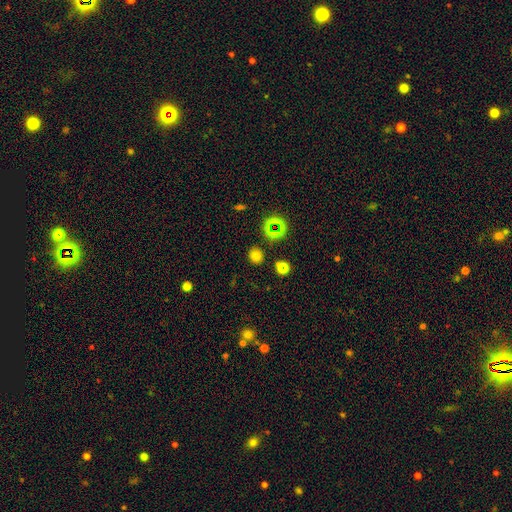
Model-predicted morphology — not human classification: A smooth galaxy with no disk features (70%) that is round (83%).

Vote fractions:
- Smooth or featured? smooth: 70% / star or artifact: 25% / featured or disk: 5%
- How rounded? round: 83% / in between: 16% / cigar-shaped: 1%
- Merging? none: 86% / minor disturbance: 8% / merger: 3% / major disturbance: 3%